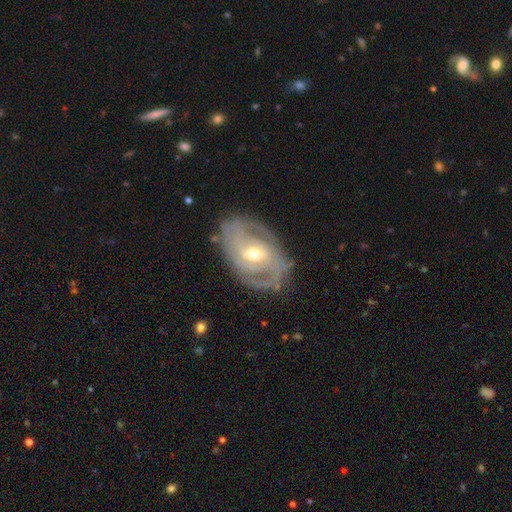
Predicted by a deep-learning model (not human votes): This is clearly a featured or disk galaxy (86%). It is clearly not viewed edge-on (96%). Bar: possibly weak (47%). Spiral arm pattern: clearly yes (92%). Spiral arm count: marginally 2 (38%). Spiral winding: likely tight (61%). Central bulge: likely moderate (63%). Merging: likely none (76%).